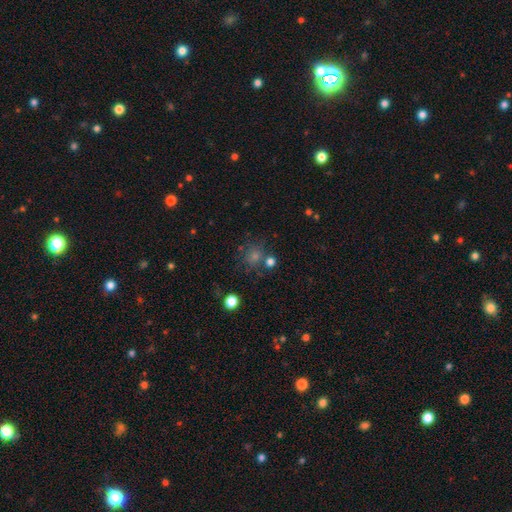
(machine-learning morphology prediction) This appears to be a smooth galaxy with no disk features (56%) that is round (86%). Merging: none (72%).